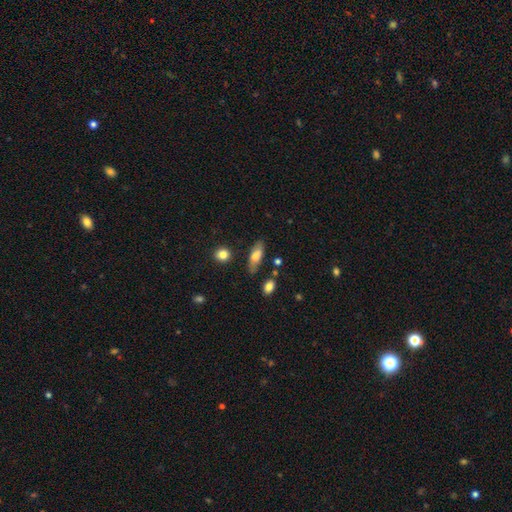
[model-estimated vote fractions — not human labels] Smooth or featured: smooth — 71% (featured or disk — 22%)
How rounded: in between — 68% (cigar-shaped — 29%)
Merging: none — 77% (minor disturbance — 16%)